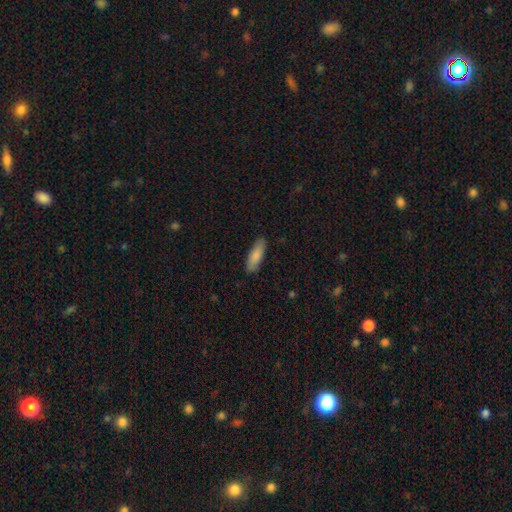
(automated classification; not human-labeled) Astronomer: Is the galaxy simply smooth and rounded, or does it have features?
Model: smooth — 85%.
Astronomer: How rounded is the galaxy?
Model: in between — 51% (runner-up: cigar-shaped, 47%).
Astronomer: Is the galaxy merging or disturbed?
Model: none — 86%.